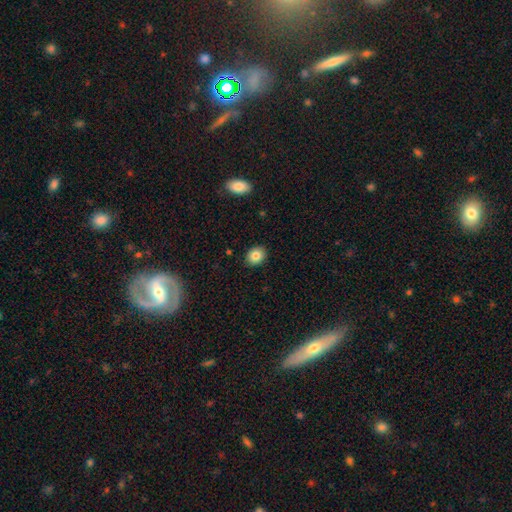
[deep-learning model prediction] smooth 84%, star or artifact 9%, featured or disk 7%. Down the decision tree: how rounded — round (52%); merging — none (90%).